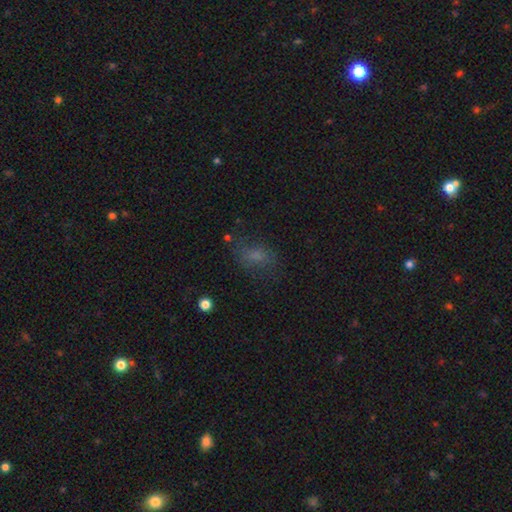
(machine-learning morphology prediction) Q: Smooth or featured?
A: smooth (62%); runner-up: star or artifact (20%)
Q: How rounded?
A: in between (79%); runner-up: round (17%)
Q: Merging?
A: none (60%); runner-up: minor disturbance (21%)